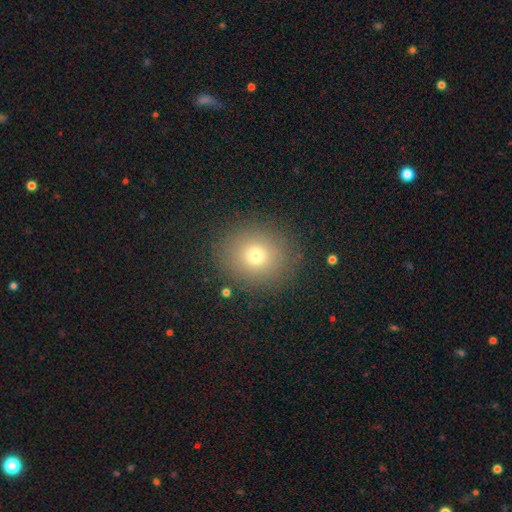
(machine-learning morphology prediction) smooth 73%, star or artifact 16%, featured or disk 11%. Down the decision tree: how rounded — round (80%); merging — none (87%).